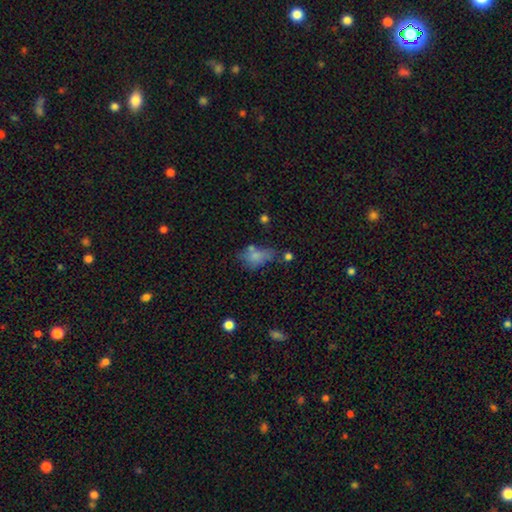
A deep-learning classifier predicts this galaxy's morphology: A smooth galaxy with no disk features (71%) that is in between round and cigar-shaped (84%).

Vote fractions:
- Smooth or featured? smooth: 71% / featured or disk: 17% / star or artifact: 13%
- How rounded? in between: 84% / round: 13% / cigar-shaped: 4%
- Merging? none: 34% / minor disturbance: 27% / major disturbance: 20% / merger: 19%